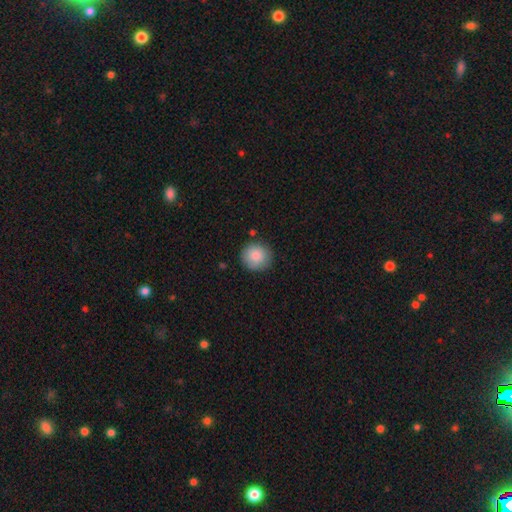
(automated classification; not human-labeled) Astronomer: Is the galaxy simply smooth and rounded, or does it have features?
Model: smooth — 87%.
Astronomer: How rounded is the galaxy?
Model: round — 93%.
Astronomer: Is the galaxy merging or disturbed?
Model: none — 86%.